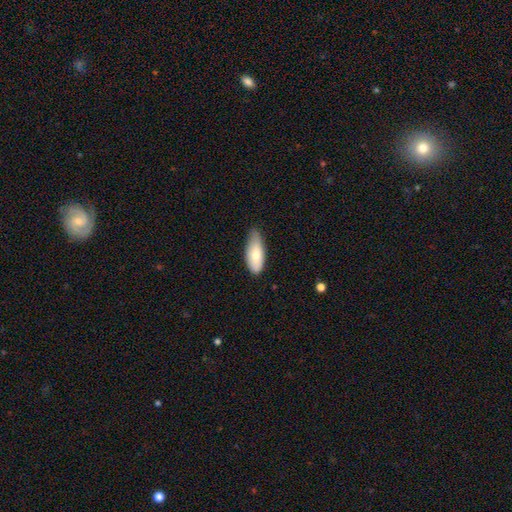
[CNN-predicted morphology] Smooth or featured: smooth — 78% (featured or disk — 16%)
How rounded: in between — 84% (cigar-shaped — 14%)
Merging: none — 48% (minor disturbance — 43%)